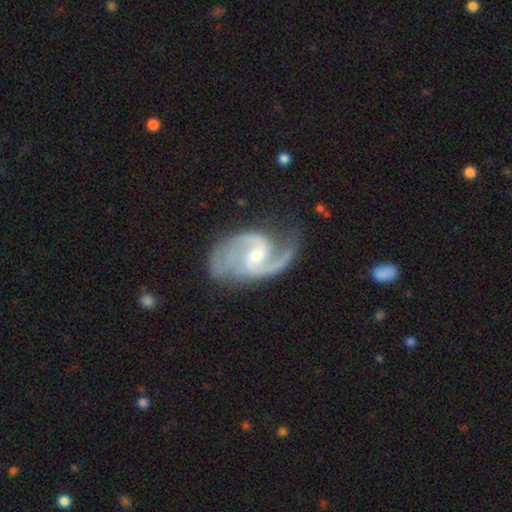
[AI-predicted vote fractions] This appears to be a featured or disk galaxy (92%) with a weak bar (58%), 2 (87%) medium (59%) spiral arms (98%) and a moderate central bulge (47%). Merging: none (66%).